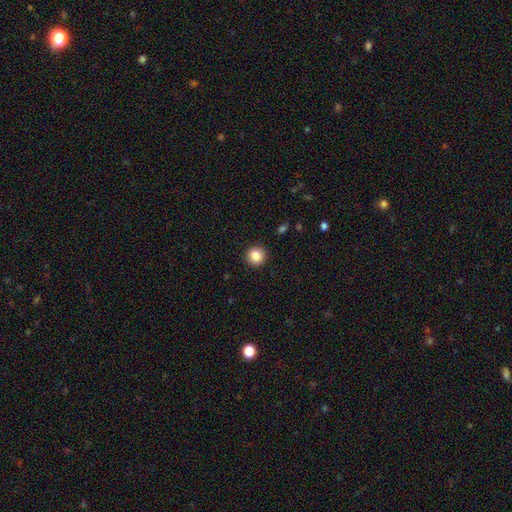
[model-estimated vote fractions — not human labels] Smooth or featured? smooth (85%)
How rounded? round (94%)
Merging? none (93%)